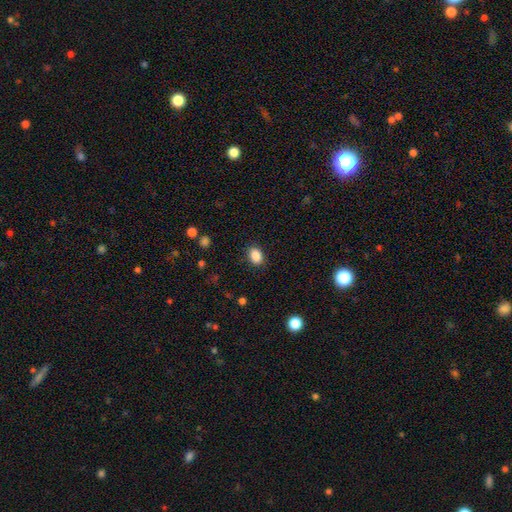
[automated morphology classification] smooth 88%, star or artifact 9%, featured or disk 4%. Down the decision tree: how rounded — in between (75%); merging — none (87%).